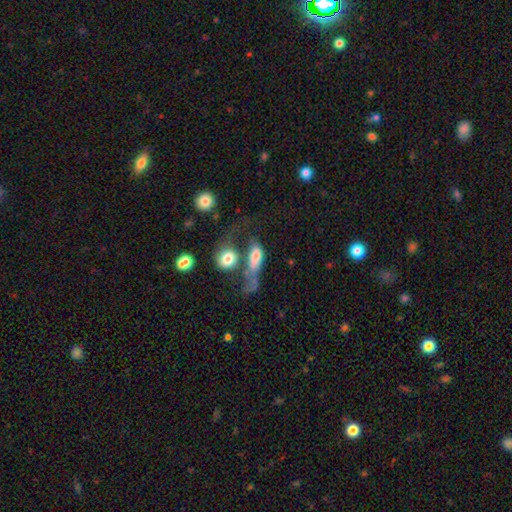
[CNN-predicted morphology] smooth 68%, featured or disk 24%, star or artifact 9%. Down the decision tree: how rounded — in between (74%); merging — merger (47%).